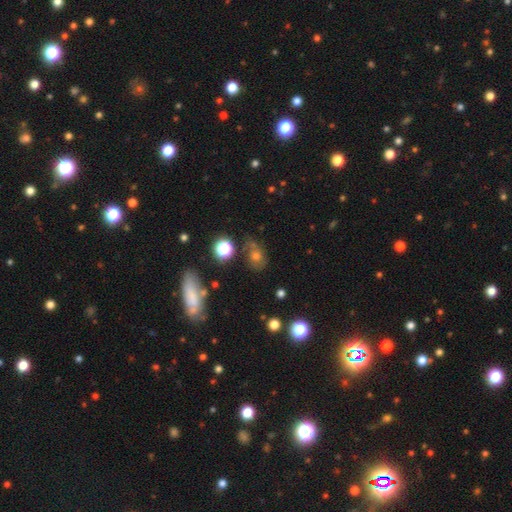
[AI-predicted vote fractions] smooth 48%, star or artifact 26%, featured or disk 25%. Down the decision tree: merging — none (62%).